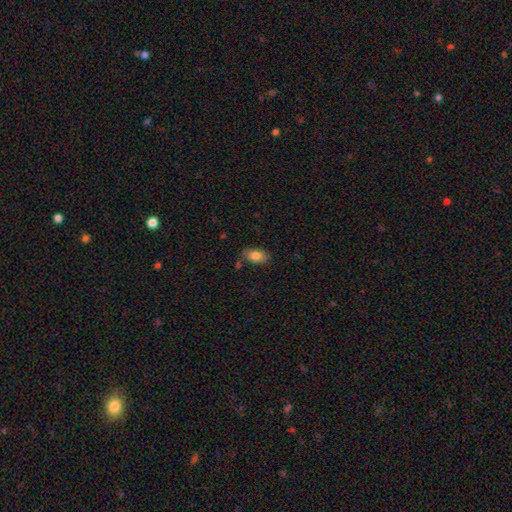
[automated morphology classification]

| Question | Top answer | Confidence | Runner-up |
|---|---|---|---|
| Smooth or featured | smooth | 83% | featured or disk (10%) |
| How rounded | in between | 91% | round (6%) |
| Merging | none | 77% | minor disturbance (15%) |